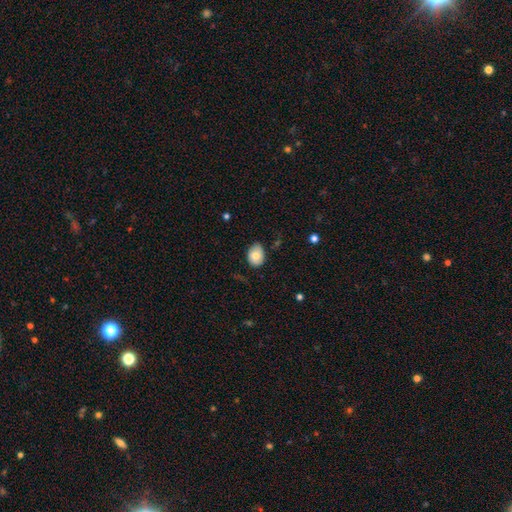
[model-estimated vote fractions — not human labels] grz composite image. It shows a smooth galaxy with no disk features (75%) that is in between round and cigar-shaped (70%). Merging: none (75%).